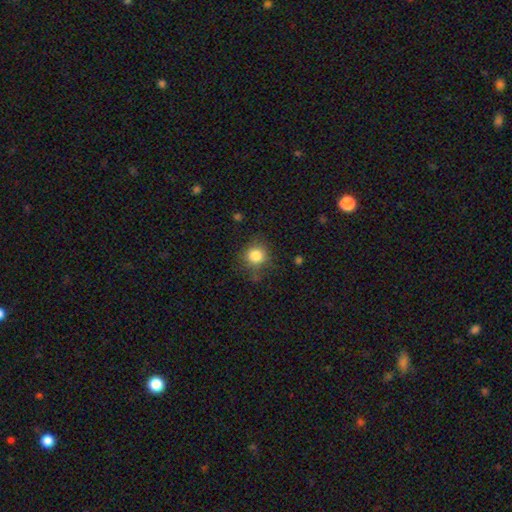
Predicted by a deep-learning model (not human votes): A smooth galaxy with no disk features (84%) that is round (88%). Merging: none (74%).